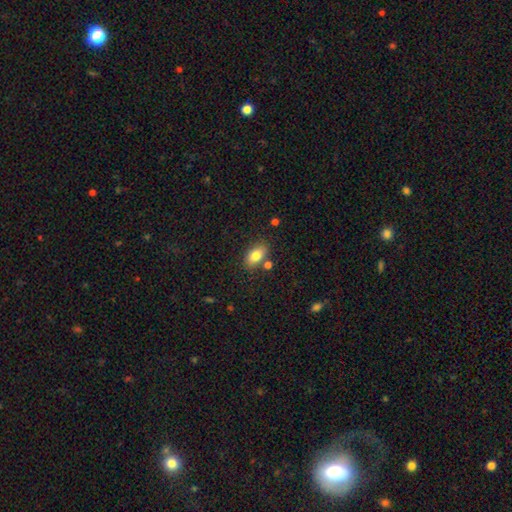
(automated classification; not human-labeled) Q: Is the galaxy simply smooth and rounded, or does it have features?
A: smooth — 81%.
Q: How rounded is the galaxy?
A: in between — 90%.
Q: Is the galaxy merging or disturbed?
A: none — 76%.